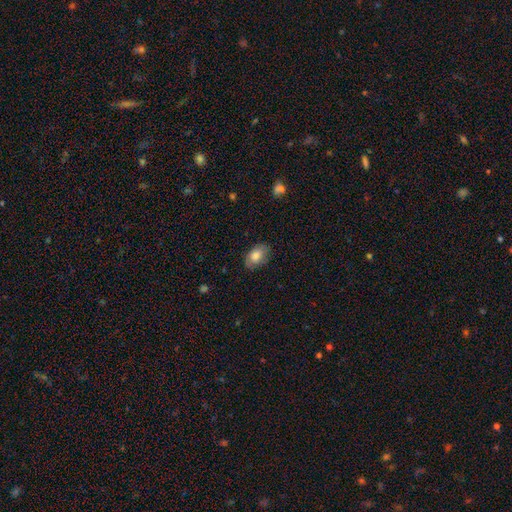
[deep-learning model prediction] A smooth galaxy with no disk features (81%) that is in between round and cigar-shaped (89%). Merging: none (80%).